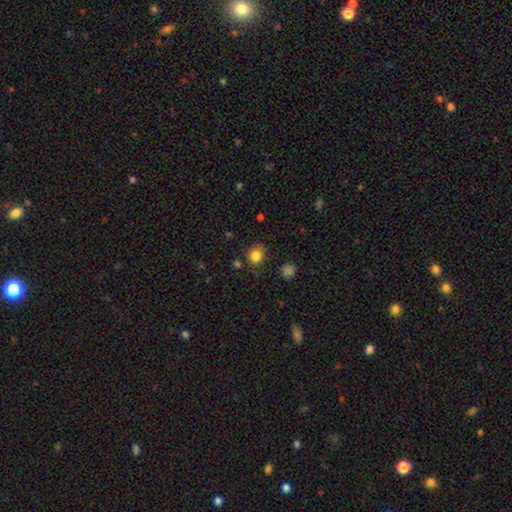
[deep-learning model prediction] This appears to be a smooth galaxy with no disk features (83%) that is round (70%). Merging: none (79%).